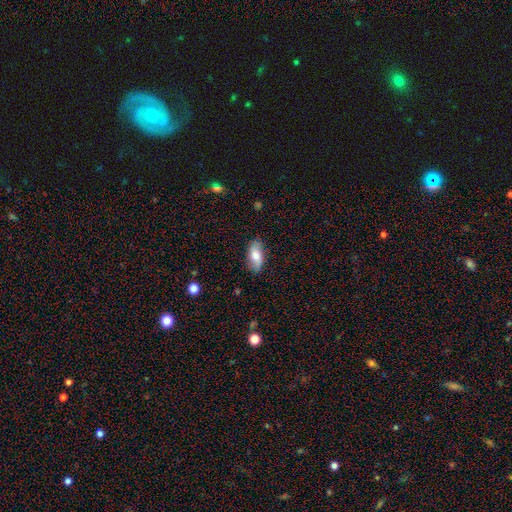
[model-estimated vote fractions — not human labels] The model was most divided on "smooth or featured": smooth: 73%, featured or disk: 21%, star or artifact: 6%. More confident: how rounded — in between (91%); merging — none (84%).